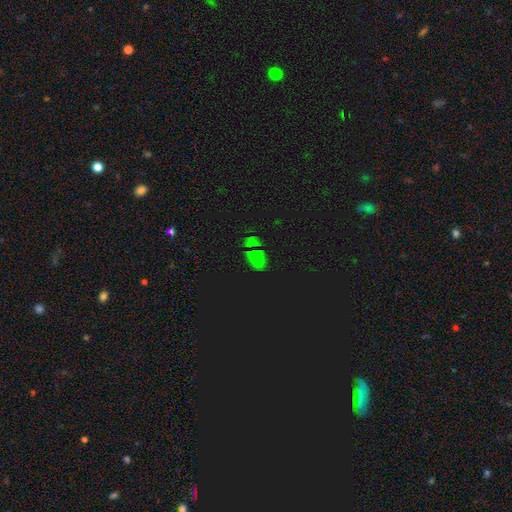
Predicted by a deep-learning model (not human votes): Smooth or featured? star or artifact (50%)